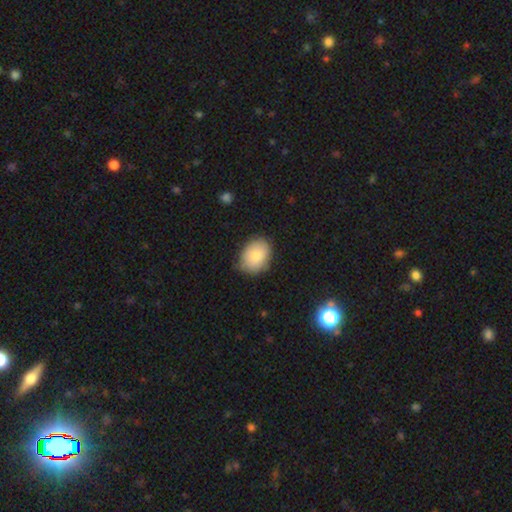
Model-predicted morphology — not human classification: A smooth galaxy with no disk features (82%) that is in between round and cigar-shaped (61%).

Vote fractions:
- Smooth or featured? smooth: 82% / featured or disk: 10% / star or artifact: 7%
- How rounded? in between: 61% / round: 39% / cigar-shaped: 1%
- Merging? none: 76% / minor disturbance: 19% / major disturbance: 4% / merger: 2%